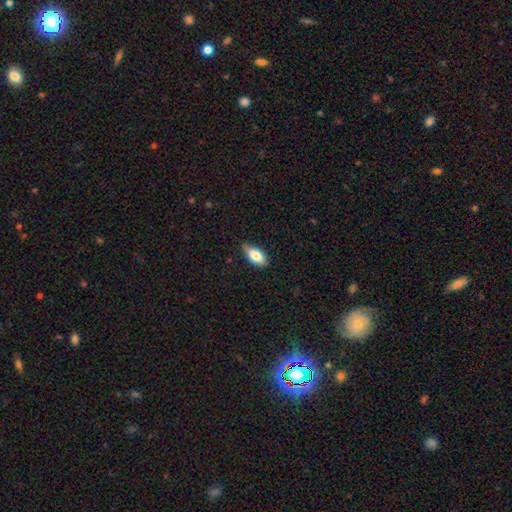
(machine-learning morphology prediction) Q: Smooth or featured?
A: smooth (82%); runner-up: featured or disk (12%)
Q: How rounded?
A: in between (89%); runner-up: cigar-shaped (8%)
Q: Merging?
A: none (78%); runner-up: minor disturbance (18%)